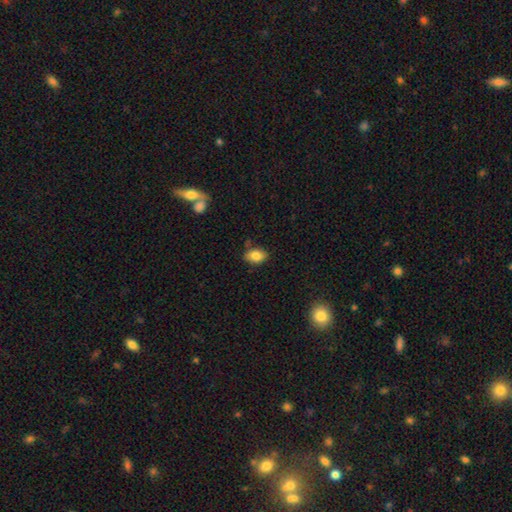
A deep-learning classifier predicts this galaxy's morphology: The model was most divided on "merging": none: 74%, minor disturbance: 18%, merger: 4%, major disturbance: 3%. More confident: smooth or featured — smooth (83%); how rounded — in between (82%).